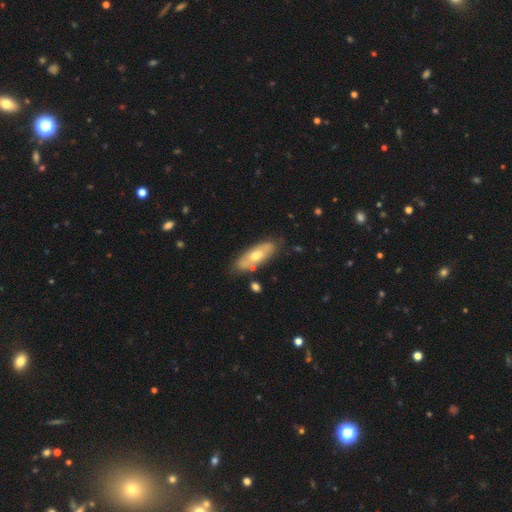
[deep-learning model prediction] This appears to be a smooth galaxy with no disk features (48%). Merging: none (76%).